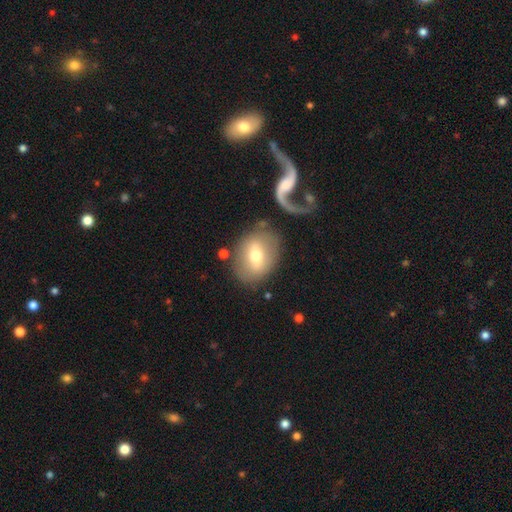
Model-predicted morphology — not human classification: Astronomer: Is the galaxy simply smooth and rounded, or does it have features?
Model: smooth — 53% (runner-up: featured or disk, 40%).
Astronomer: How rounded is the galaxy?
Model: in between — 59% (runner-up: round, 39%).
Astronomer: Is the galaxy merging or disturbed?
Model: none — 69%.